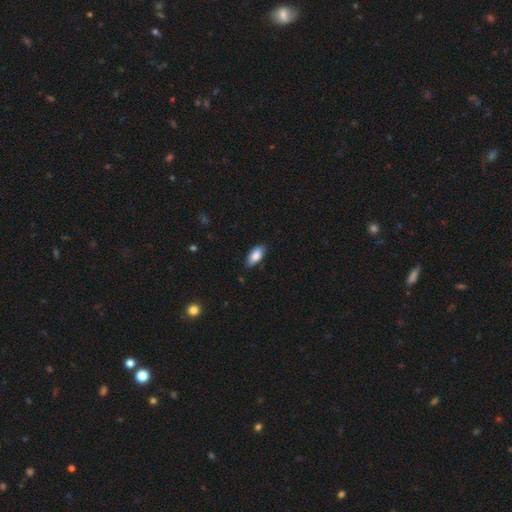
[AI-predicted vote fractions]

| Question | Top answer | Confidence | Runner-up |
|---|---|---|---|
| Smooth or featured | smooth | 84% | featured or disk (10%) |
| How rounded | in between | 89% | cigar-shaped (9%) |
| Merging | none | 83% | minor disturbance (14%) |